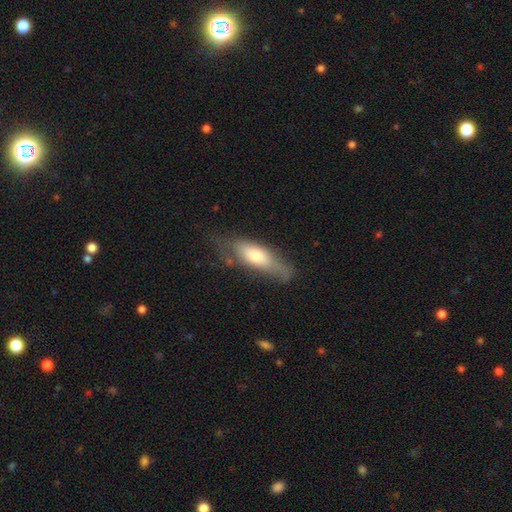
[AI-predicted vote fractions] A smooth galaxy with no disk features (60%) that is in between round and cigar-shaped (53%).

Vote fractions:
- Smooth or featured? smooth: 60% / featured or disk: 33% / star or artifact: 7%
- How rounded? in between: 53% / cigar-shaped: 44% / round: 3%
- Merging? none: 54% / minor disturbance: 29% / major disturbance: 14% / merger: 3%